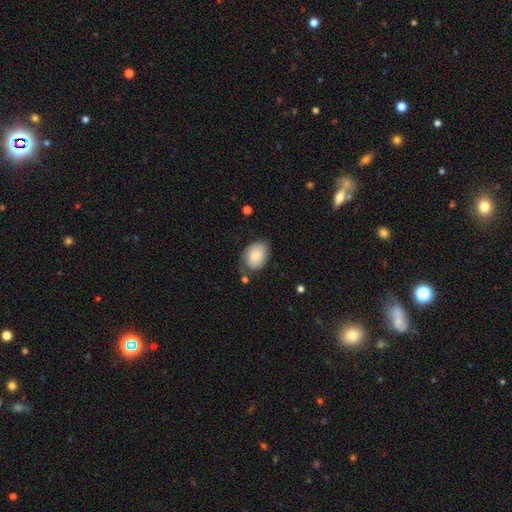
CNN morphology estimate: Overall: smooth (79%). How rounded: in between (77%). Merging: none (64%; minor disturbance 26%).